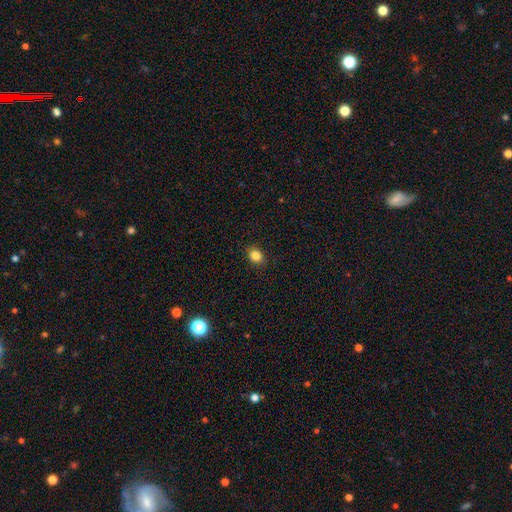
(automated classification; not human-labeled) Smooth or featured?
  - smooth: 85% *
  - star or artifact: 11%
  - featured or disk: 4%
How rounded?
  - in between: 58% *
  - round: 40%
  - cigar-shaped: 1%
Merging?
  - none: 90% *
  - minor disturbance: 7%
  - major disturbance: 2%
  - merger: 1%